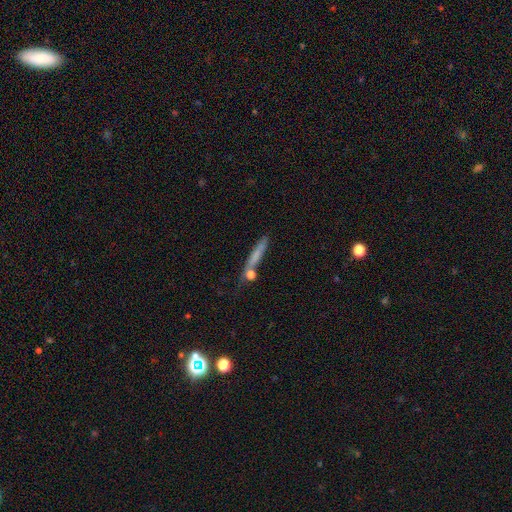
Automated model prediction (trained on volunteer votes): Smooth or featured: smooth — 61% (featured or disk — 29%)
How rounded: cigar-shaped — 92% (in between — 5%)
Merging: none — 70% (minor disturbance — 15%)